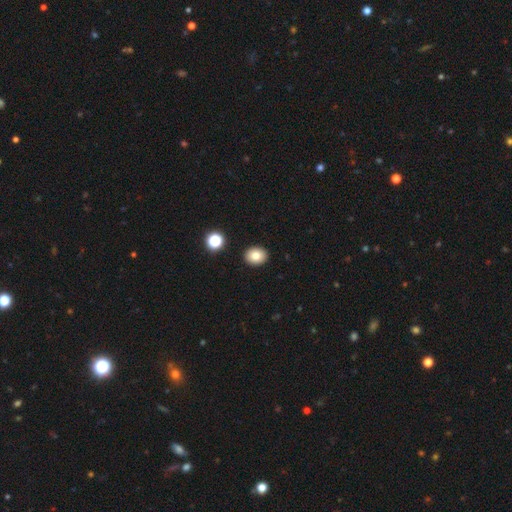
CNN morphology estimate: Smooth or featured: smooth — 82% (star or artifact — 10%)
How rounded: round — 52% (in between — 47%)
Merging: none — 91% (minor disturbance — 6%)